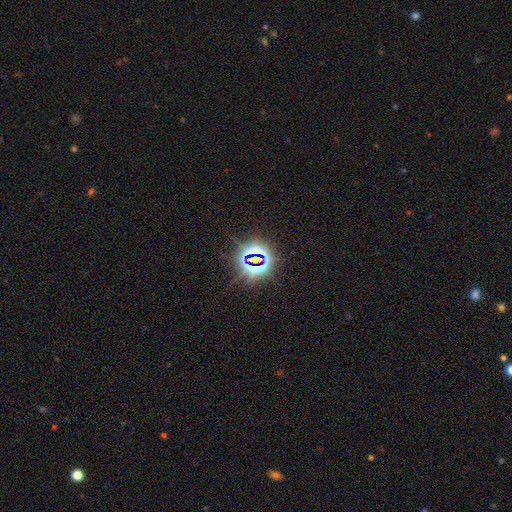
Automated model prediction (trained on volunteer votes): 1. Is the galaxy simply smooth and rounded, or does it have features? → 78% star or artifact, 13% smooth, 8% featured or disk.